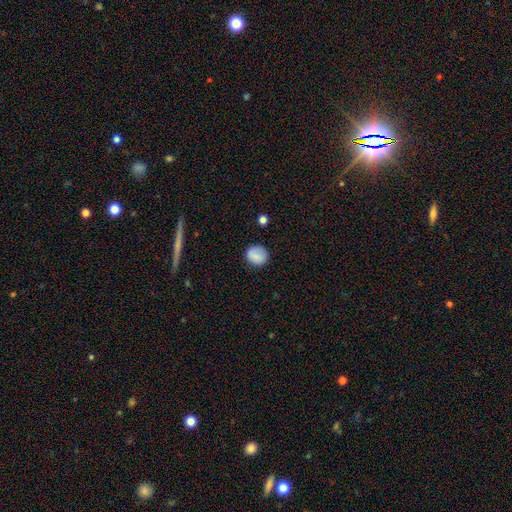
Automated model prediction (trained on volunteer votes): smooth 82%, featured or disk 9%, star or artifact 8%. Down the decision tree: how rounded — round (79%); merging — none (83%).